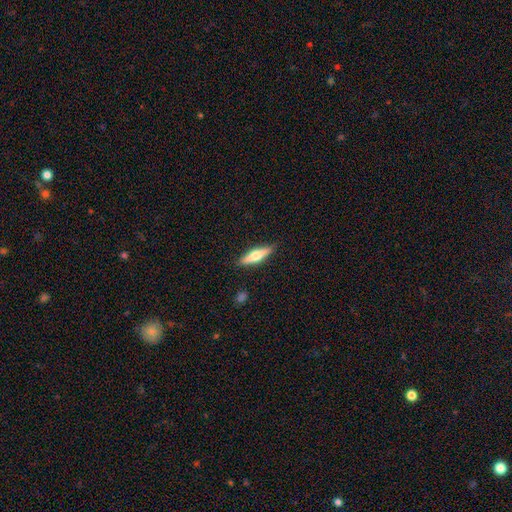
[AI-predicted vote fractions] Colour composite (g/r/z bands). It shows a featured or disk galaxy (47%, tied with smooth). Merging: none (88%).